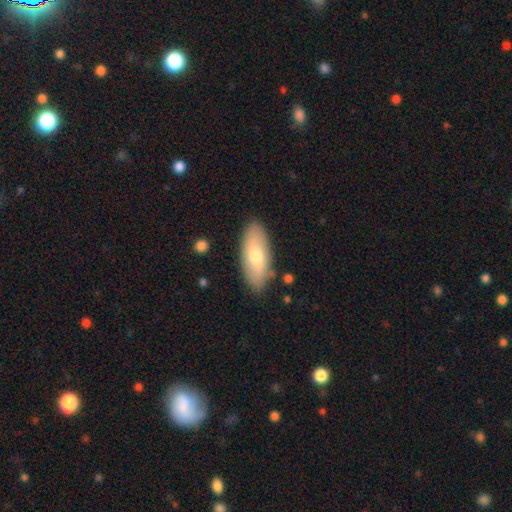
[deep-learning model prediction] A smooth galaxy with no disk features (67%) that is in between round and cigar-shaped (83%). Merging: none (85%).